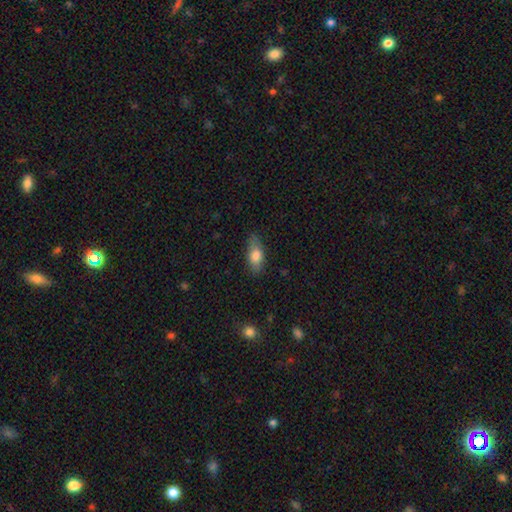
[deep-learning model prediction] This is likely a smooth galaxy (76%). How rounded: likely in between (80%). Merging: likely none (79%).